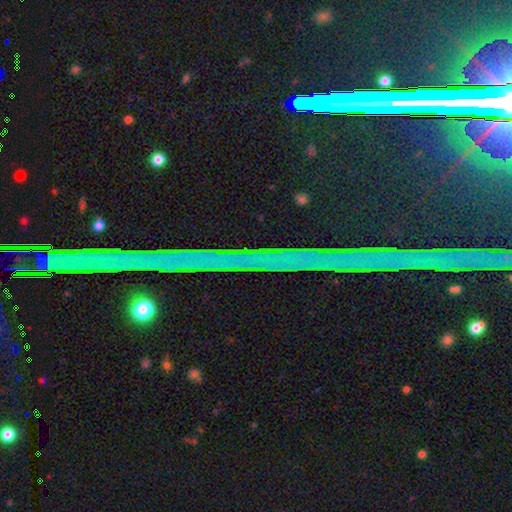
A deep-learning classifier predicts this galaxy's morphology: The model was most divided on "smooth or featured": star or artifact: 77%, featured or disk: 13%, smooth: 10%.